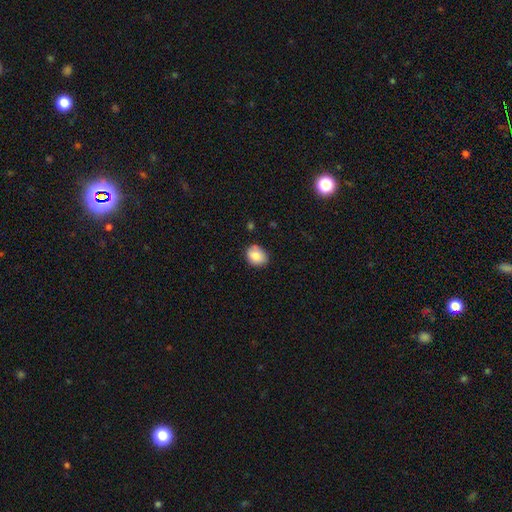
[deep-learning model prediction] Q: Smooth or featured?
A: smooth (84%); runner-up: star or artifact (8%)
Q: How rounded?
A: in between (52%); runner-up: round (47%)
Q: Merging?
A: none (75%); runner-up: minor disturbance (19%)